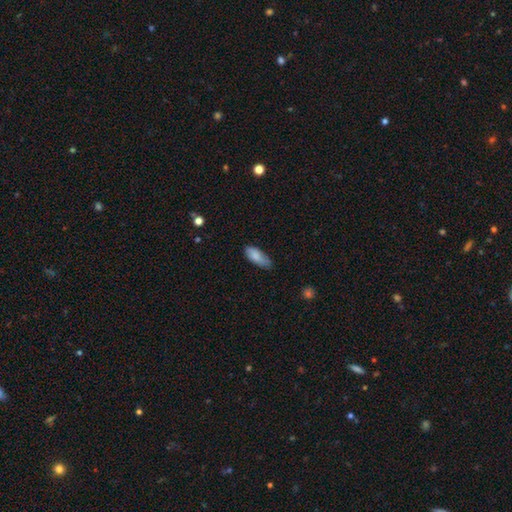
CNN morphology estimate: A smooth galaxy with no disk features (83%) that is in between round and cigar-shaped (79%). Merging: none (69%).